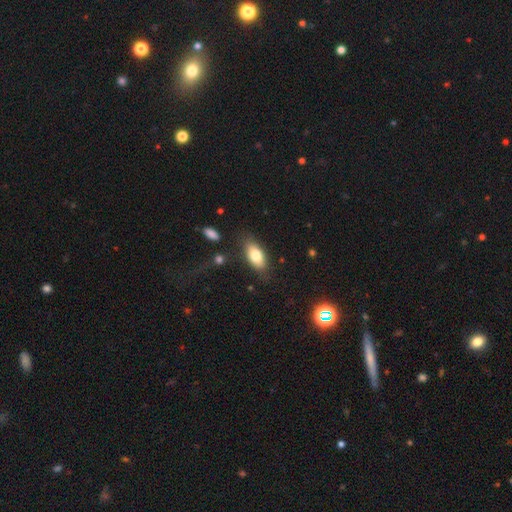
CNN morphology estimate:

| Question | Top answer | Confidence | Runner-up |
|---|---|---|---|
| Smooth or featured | smooth | 77% | featured or disk (16%) |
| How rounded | in between | 89% | cigar-shaped (8%) |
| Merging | none | 77% | minor disturbance (15%) |